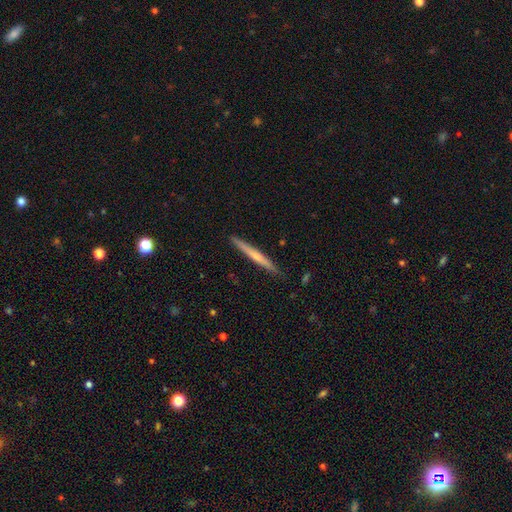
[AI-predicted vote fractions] smooth_or_featured: smooth (p=0.50) [alt: featured or disk p=0.45]
merging: none (p=0.90) [alt: minor disturbance p=0.07]